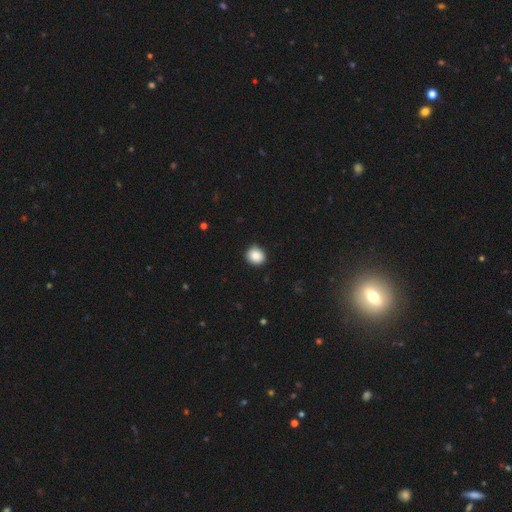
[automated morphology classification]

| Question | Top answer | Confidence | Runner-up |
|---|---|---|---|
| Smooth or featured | smooth | 88% | star or artifact (9%) |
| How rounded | round | 79% | in between (20%) |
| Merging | none | 90% | minor disturbance (8%) |